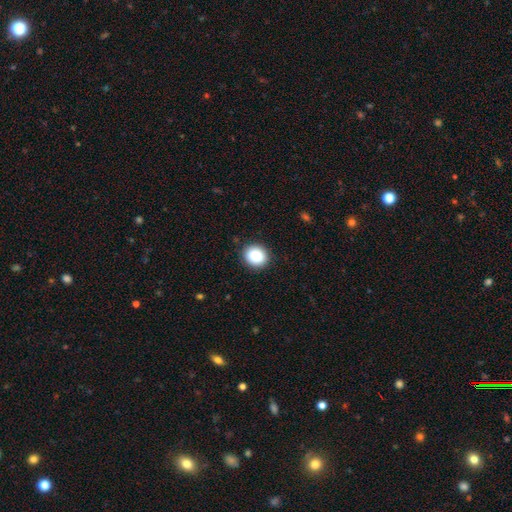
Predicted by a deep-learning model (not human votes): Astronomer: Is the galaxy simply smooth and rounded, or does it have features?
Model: smooth — 88%.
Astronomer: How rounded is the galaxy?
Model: round — 78%.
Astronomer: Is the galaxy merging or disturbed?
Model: none — 90%.